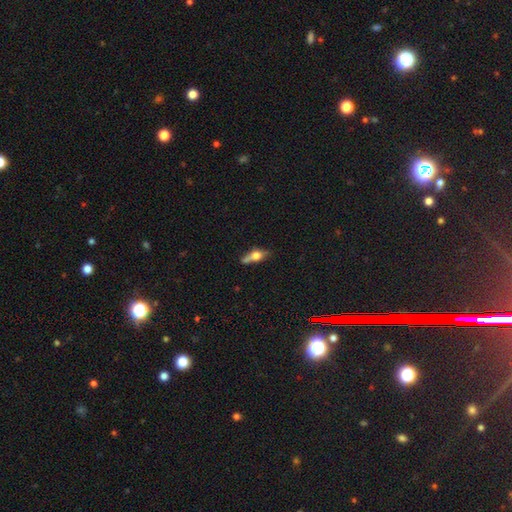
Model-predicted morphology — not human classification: type=featured or disk (46%); merging=none (54%).